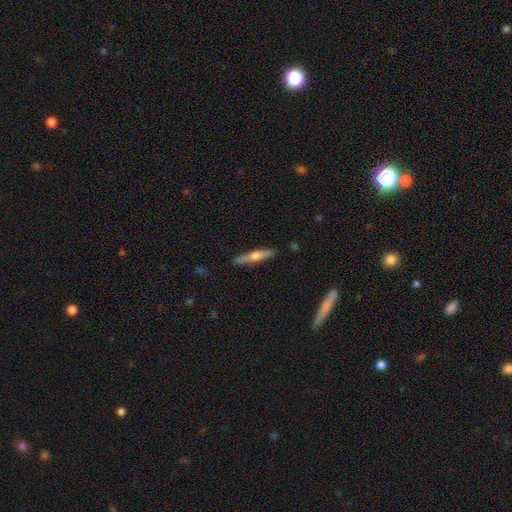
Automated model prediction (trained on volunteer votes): smooth_or_featured: smooth (p=0.53) [alt: featured or disk p=0.41]
how_rounded: cigar-shaped (p=0.87) [alt: in between p=0.11]
merging: none (p=0.87) [alt: minor disturbance p=0.09]